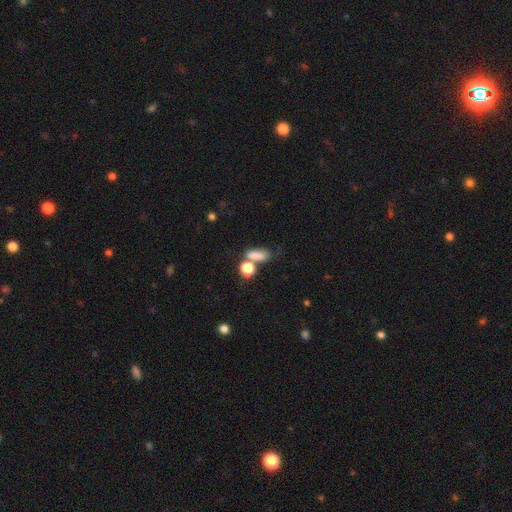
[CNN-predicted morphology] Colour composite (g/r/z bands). It shows a smooth galaxy with no disk features (78%) that is in between round and cigar-shaped (73%). Merging: none (40%).